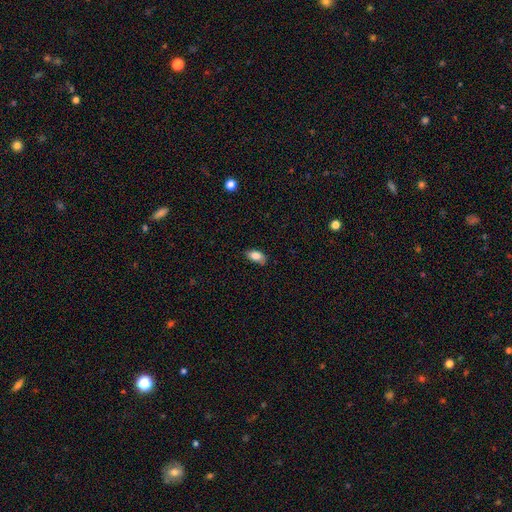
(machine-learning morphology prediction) Smooth or featured? smooth (83%)
How rounded? in between (91%)
Merging? none (74%)